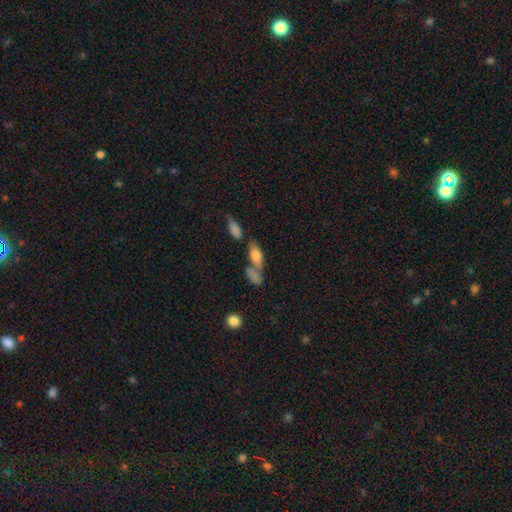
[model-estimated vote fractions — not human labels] This is likely a smooth galaxy (67%). How rounded: likely in between (68%). Merging: marginally none (41%).